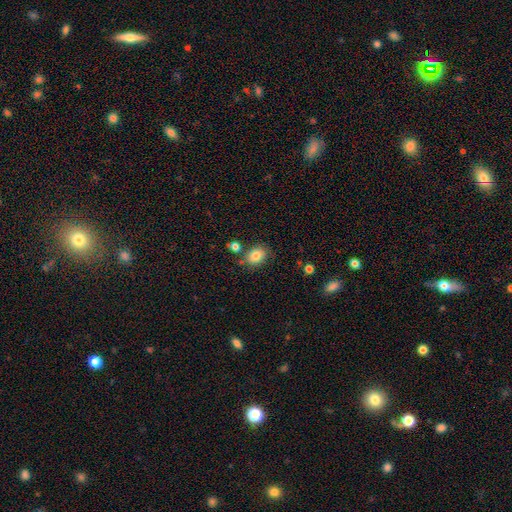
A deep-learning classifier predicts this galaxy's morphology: Smooth or featured?
  - smooth: 82% *
  - star or artifact: 10%
  - featured or disk: 9%
How rounded?
  - in between: 60% *
  - round: 39%
  - cigar-shaped: 1%
Merging?
  - none: 74% *
  - minor disturbance: 14%
  - merger: 9%
  - major disturbance: 4%